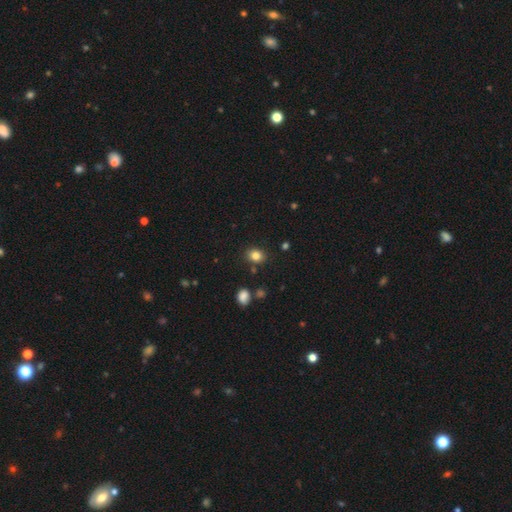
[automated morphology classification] Smooth or featured: smooth — 83% (star or artifact — 11%)
How rounded: in between — 50% (round — 49%)
Merging: none — 83% (minor disturbance — 10%)